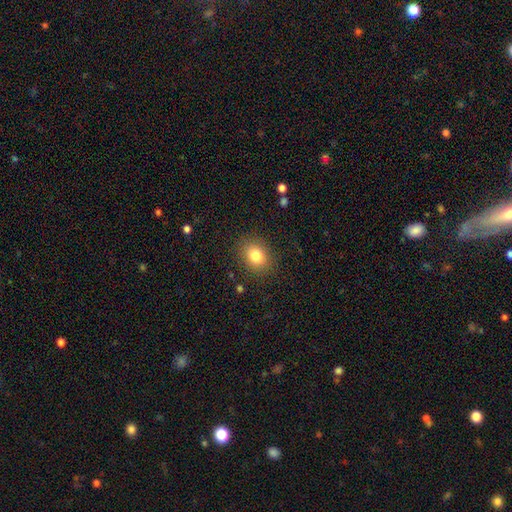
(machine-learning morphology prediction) A smooth galaxy with no disk features (82%) that is round (50%). Merging: none (86%).